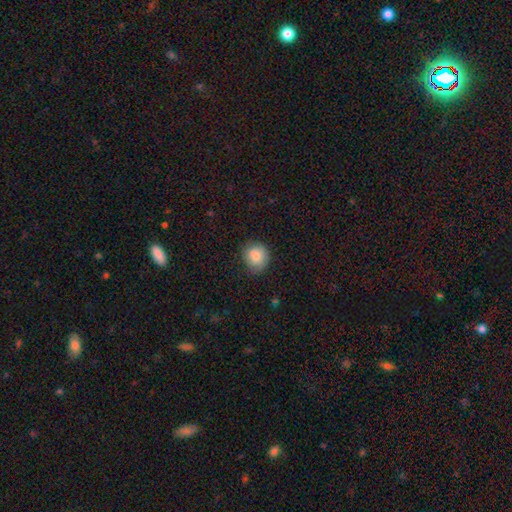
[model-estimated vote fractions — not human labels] Smooth or featured?
  - smooth: 84% *
  - featured or disk: 8%
  - star or artifact: 8%
How rounded?
  - round: 81% *
  - in between: 18%
  - cigar-shaped: 1%
Merging?
  - none: 72% *
  - minor disturbance: 22%
  - major disturbance: 4%
  - merger: 1%